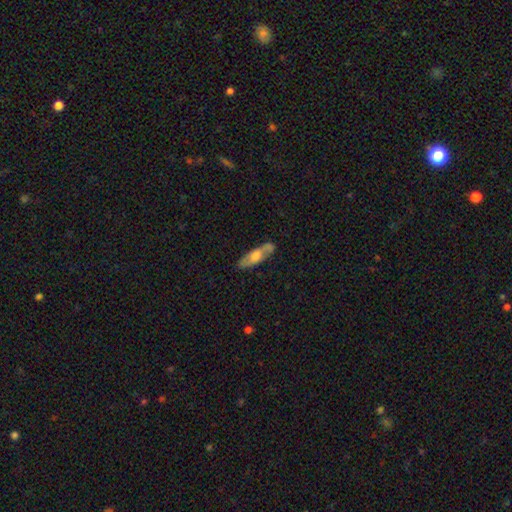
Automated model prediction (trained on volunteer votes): smooth_or_featured: smooth (p=0.51) [alt: featured or disk p=0.43]
how_rounded: cigar-shaped (p=0.54) [alt: in between p=0.44]
merging: none (p=0.73) [alt: minor disturbance p=0.18]